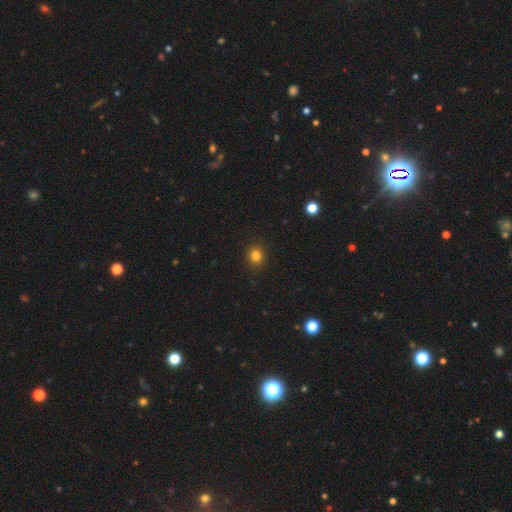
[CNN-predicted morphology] A smooth galaxy with no disk features (83%) that is round (73%). Merging: none (90%).